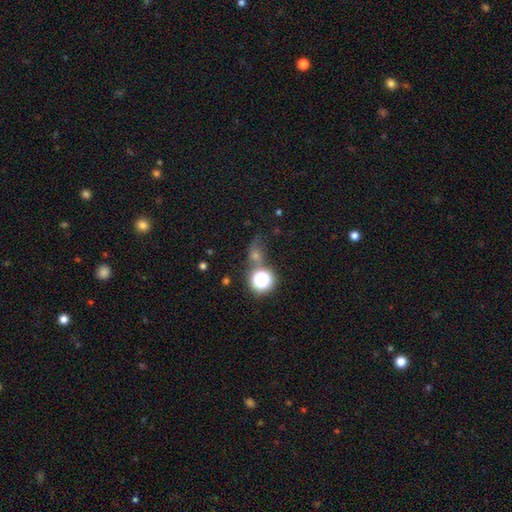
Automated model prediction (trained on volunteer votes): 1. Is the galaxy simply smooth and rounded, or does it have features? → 48% star or artifact, 39% smooth, 12% featured or disk.